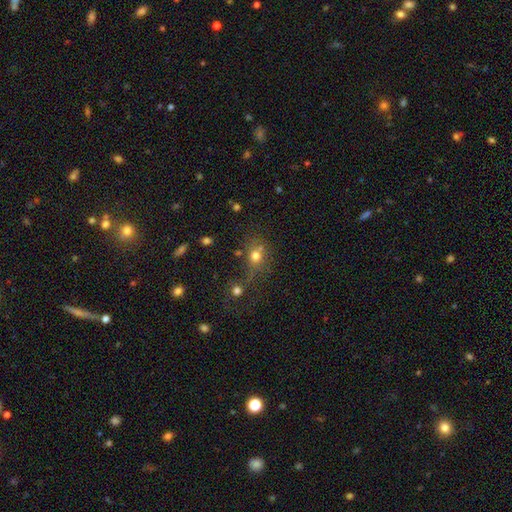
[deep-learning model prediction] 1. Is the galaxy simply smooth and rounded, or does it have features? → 70% smooth, 19% star or artifact, 11% featured or disk.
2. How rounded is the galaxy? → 71% round, 27% in between, 2% cigar-shaped.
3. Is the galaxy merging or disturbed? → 51% none, 26% merger, 14% minor disturbance, 10% major disturbance.